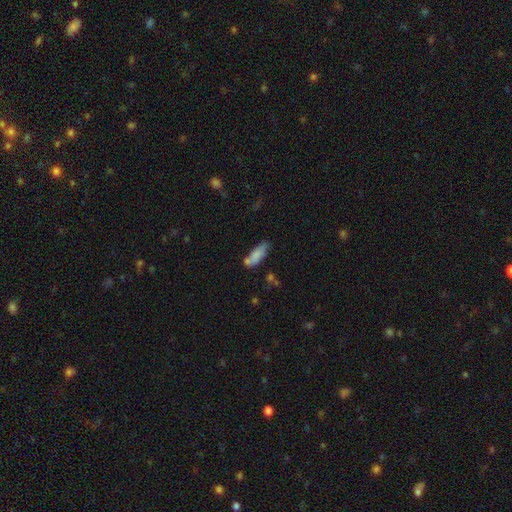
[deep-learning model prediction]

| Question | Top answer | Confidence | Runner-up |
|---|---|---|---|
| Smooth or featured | smooth | 77% | featured or disk (16%) |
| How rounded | in between | 60% | cigar-shaped (38%) |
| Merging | none | 53% | minor disturbance (24%) |